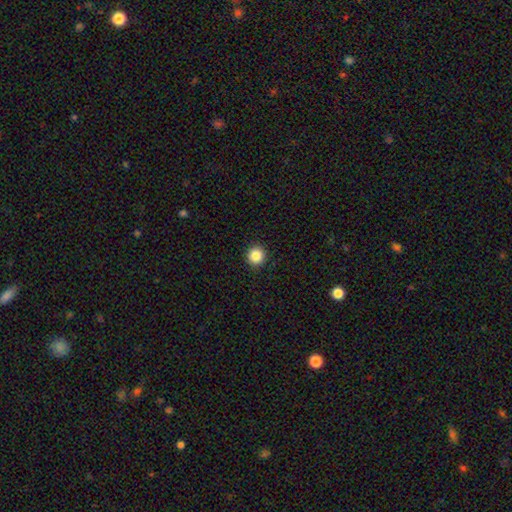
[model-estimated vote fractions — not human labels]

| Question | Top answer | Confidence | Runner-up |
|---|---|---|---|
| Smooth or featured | smooth | 86% | star or artifact (10%) |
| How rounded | round | 94% | in between (5%) |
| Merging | none | 93% | minor disturbance (5%) |